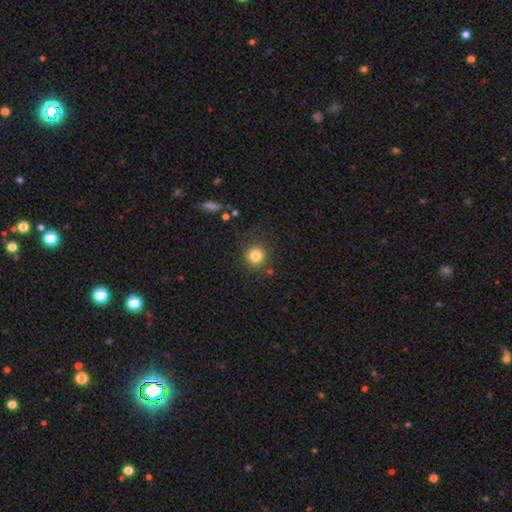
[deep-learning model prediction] A smooth galaxy with no disk features (82%) that is round (92%).

Vote fractions:
- Smooth or featured? smooth: 82% / star or artifact: 11% / featured or disk: 6%
- How rounded? round: 92% / in between: 7% / cigar-shaped: 1%
- Merging? none: 84% / minor disturbance: 9% / major disturbance: 4% / merger: 3%